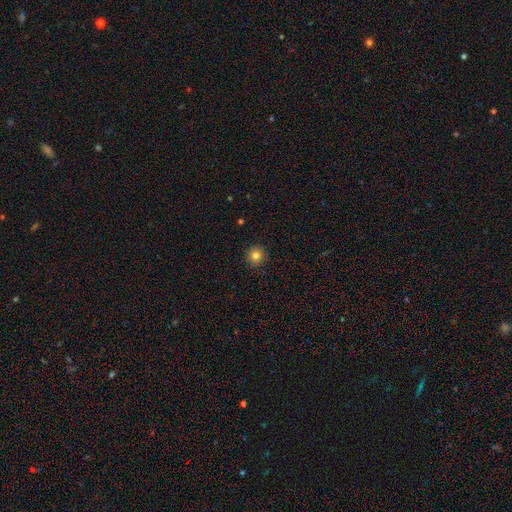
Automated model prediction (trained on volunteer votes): Smooth or featured?
  - smooth: 82% *
  - star or artifact: 12%
  - featured or disk: 6%
How rounded?
  - round: 95% *
  - in between: 4%
  - cigar-shaped: 1%
Merging?
  - none: 92% *
  - minor disturbance: 5%
  - major disturbance: 2%
  - merger: 1%